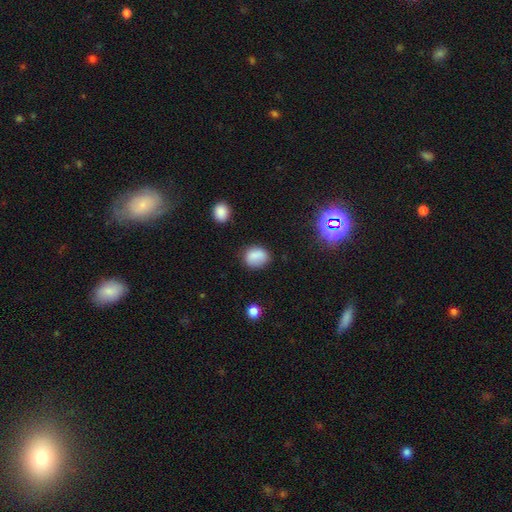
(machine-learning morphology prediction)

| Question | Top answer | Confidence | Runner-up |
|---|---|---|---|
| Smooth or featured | smooth | 82% | star or artifact (11%) |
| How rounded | in between | 54% | round (44%) |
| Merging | none | 70% | minor disturbance (21%) |